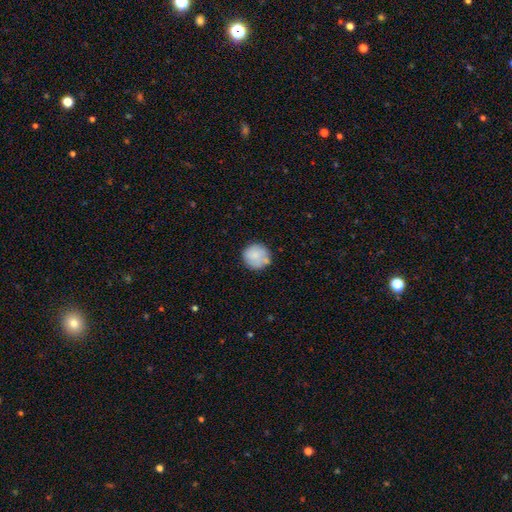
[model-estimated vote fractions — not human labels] smooth 75%, featured or disk 18%, star or artifact 7%. Down the decision tree: how rounded — round (91%); merging — none (71%).